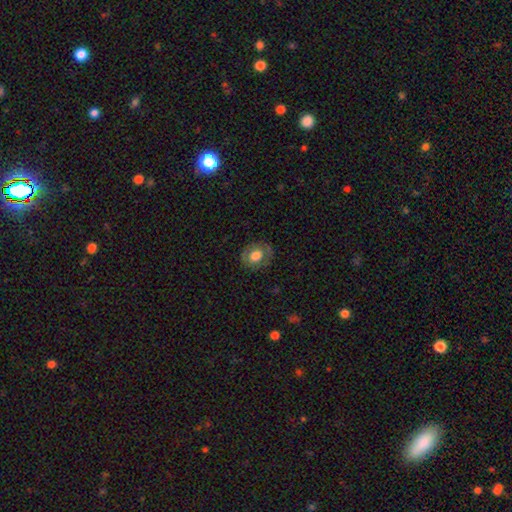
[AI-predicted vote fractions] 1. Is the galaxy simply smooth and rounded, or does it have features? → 63% smooth, 29% featured or disk, 8% star or artifact.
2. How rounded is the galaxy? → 57% round, 42% in between, 1% cigar-shaped.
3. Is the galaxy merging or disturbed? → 79% none, 14% minor disturbance, 6% major disturbance, 1% merger.